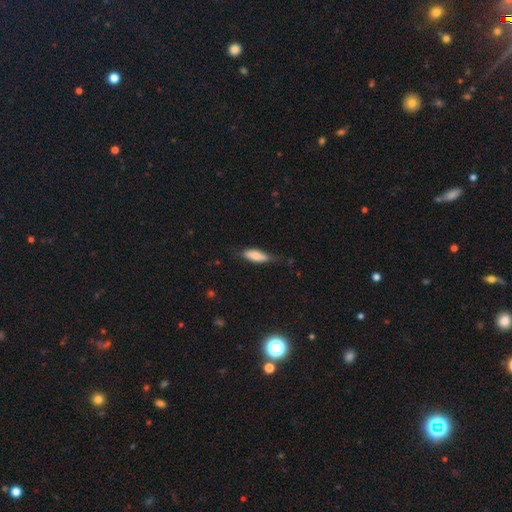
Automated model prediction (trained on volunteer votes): A smooth galaxy with no disk features (77%) that is in between round and cigar-shaped (60%).

Vote fractions:
- Smooth or featured? smooth: 77% / featured or disk: 17% / star or artifact: 6%
- How rounded? in between: 60% / cigar-shaped: 37% / round: 2%
- Merging? none: 63% / minor disturbance: 29% / major disturbance: 6% / merger: 2%